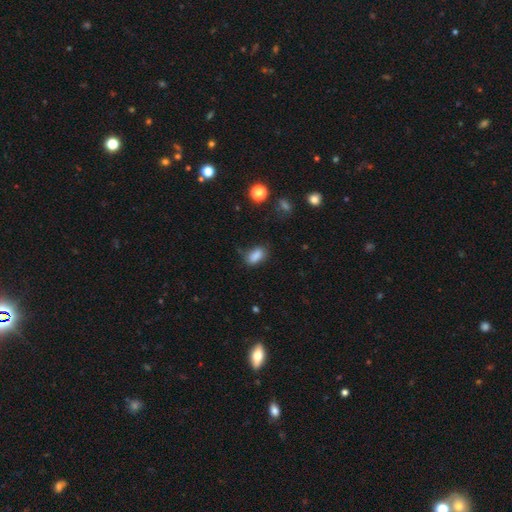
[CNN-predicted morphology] This appears to be a smooth galaxy with no disk features (85%) that is in between round and cigar-shaped (87%). Merging: none (70%).